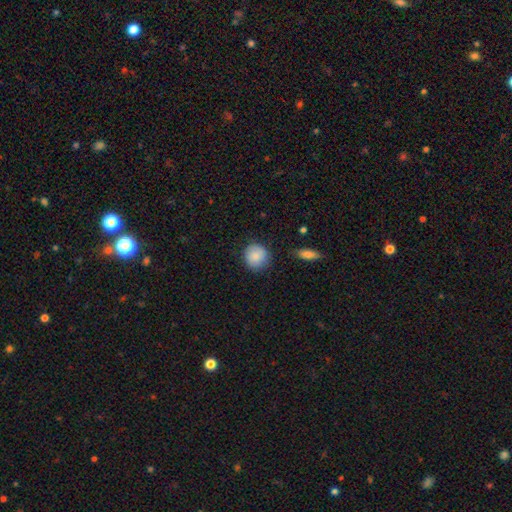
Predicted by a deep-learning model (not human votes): A smooth galaxy with no disk features (85%) that is round (90%). Merging: none (82%).